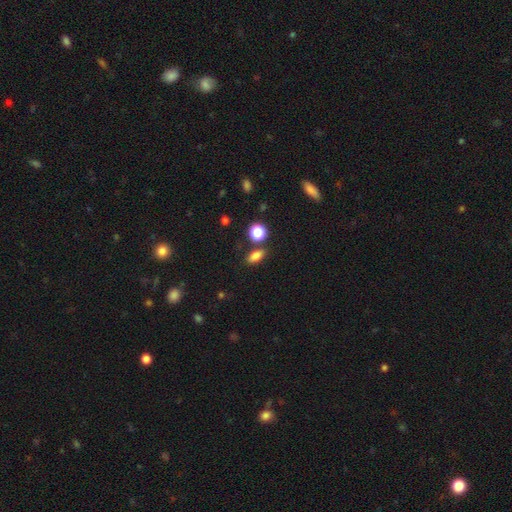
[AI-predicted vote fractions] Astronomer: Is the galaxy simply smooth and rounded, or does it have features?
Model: smooth — 81%.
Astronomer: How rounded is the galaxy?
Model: in between — 78%.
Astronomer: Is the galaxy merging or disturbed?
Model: none — 78%.